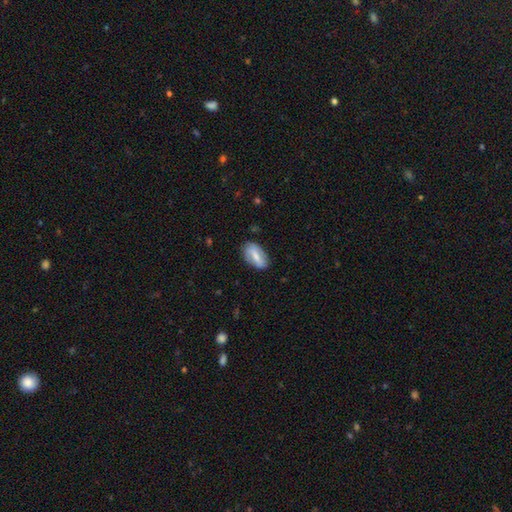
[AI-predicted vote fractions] This is possibly a smooth galaxy (52%). How rounded: clearly in between (89%). Merging: likely none (79%).